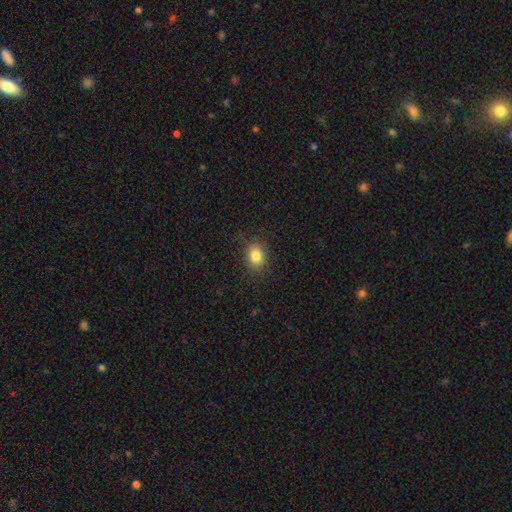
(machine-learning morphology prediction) Smooth or featured? Predicted: smooth (p=0.83). How rounded? Predicted: round (p=0.51). Merging? Predicted: none (p=0.85).